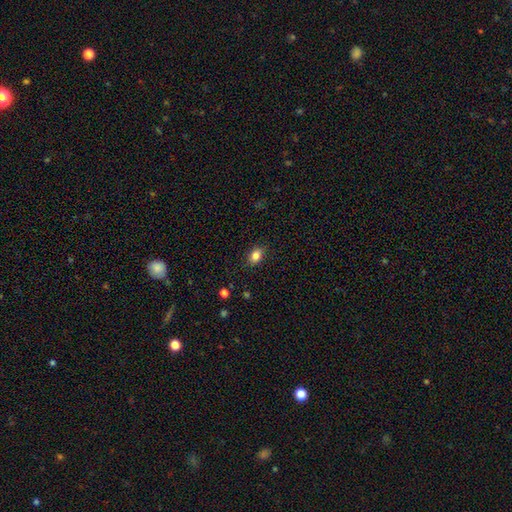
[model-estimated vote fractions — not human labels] Smooth or featured? smooth (84%)
How rounded? in between (76%)
Merging? none (85%)